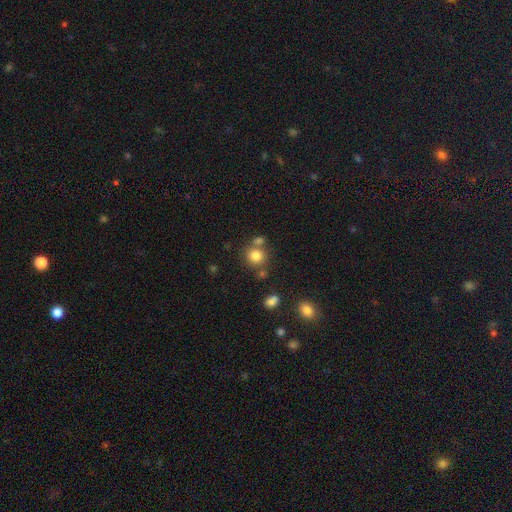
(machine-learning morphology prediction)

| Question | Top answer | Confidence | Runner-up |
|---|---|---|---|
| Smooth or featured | smooth | 80% | star or artifact (12%) |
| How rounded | round | 86% | in between (13%) |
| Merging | none | 65% | merger (21%) |